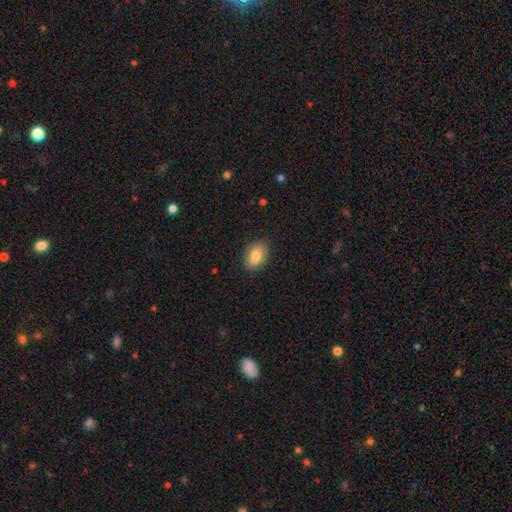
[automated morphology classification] Smooth or featured?
  - smooth: 75% *
  - featured or disk: 17%
  - star or artifact: 8%
How rounded?
  - in between: 82% *
  - round: 16%
  - cigar-shaped: 2%
Merging?
  - none: 67% *
  - minor disturbance: 16%
  - merger: 14%
  - major disturbance: 4%